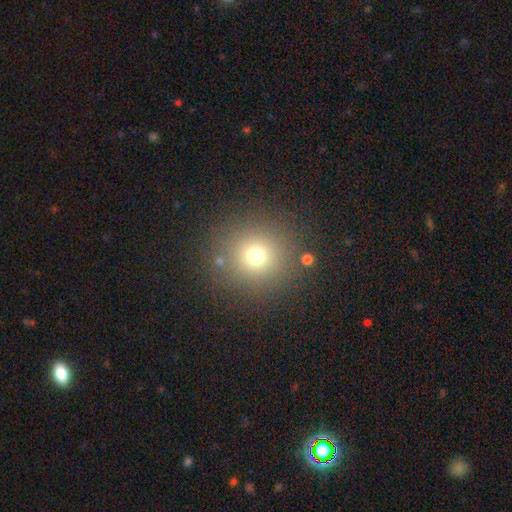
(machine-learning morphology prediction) Smooth or featured?
  - smooth: 70% *
  - star or artifact: 20%
  - featured or disk: 10%
How rounded?
  - round: 93% *
  - in between: 6%
  - cigar-shaped: 1%
Merging?
  - none: 86% *
  - minor disturbance: 7%
  - major disturbance: 4%
  - merger: 3%